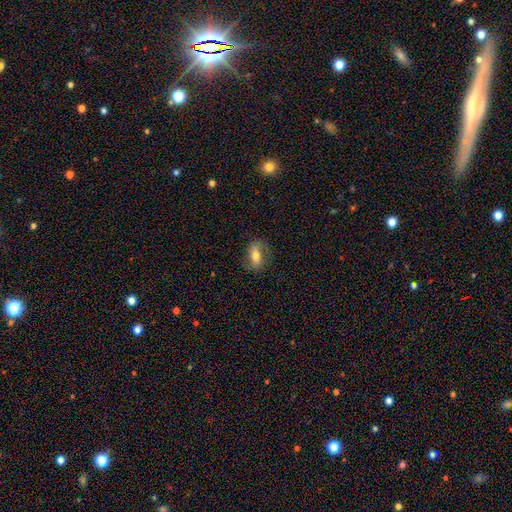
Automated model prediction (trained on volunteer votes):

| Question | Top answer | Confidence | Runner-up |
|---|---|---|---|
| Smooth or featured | smooth | 55% | featured or disk (37%) |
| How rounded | in between | 81% | round (10%) |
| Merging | none | 75% | minor disturbance (17%) |